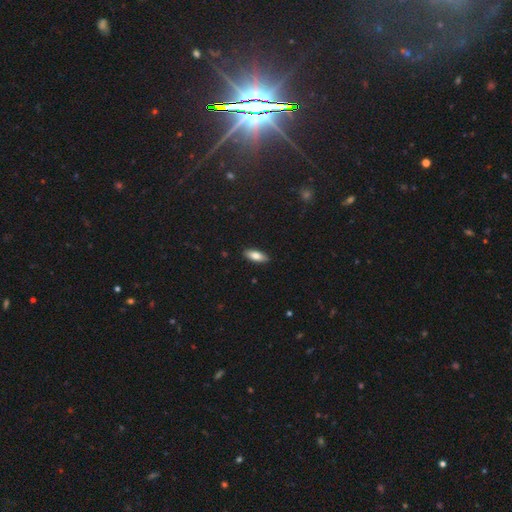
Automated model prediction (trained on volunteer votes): Q: Smooth or featured?
A: smooth (78%); runner-up: featured or disk (15%)
Q: How rounded?
A: in between (76%); runner-up: cigar-shaped (22%)
Q: Merging?
A: none (90%); runner-up: minor disturbance (8%)